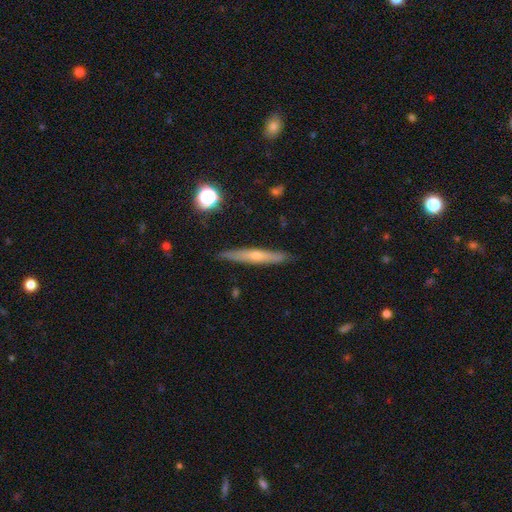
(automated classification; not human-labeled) Smooth or featured: featured or disk — 65% (smooth — 27%)
Edge-on disk: yes — 96% (no — 4%)
Edge-on bulge: rounded — 82% (none — 15%)
Merging: none — 89% (minor disturbance — 8%)